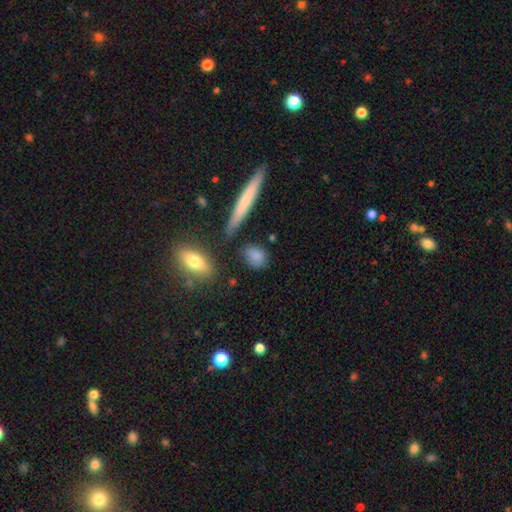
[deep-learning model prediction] A smooth galaxy with no disk features (82%) that is in between round and cigar-shaped (60%).

Vote fractions:
- Smooth or featured? smooth: 82% / featured or disk: 9% / star or artifact: 8%
- How rounded? in between: 60% / round: 29% / cigar-shaped: 11%
- Merging? none: 72% / minor disturbance: 16% / merger: 6% / major disturbance: 6%